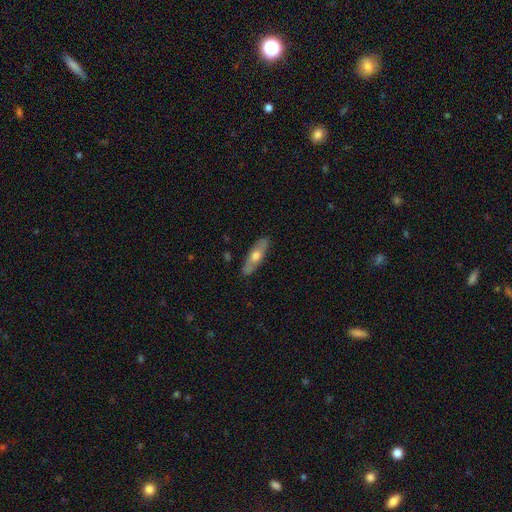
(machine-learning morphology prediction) A smooth galaxy with no disk features (49%). Merging: none (87%).